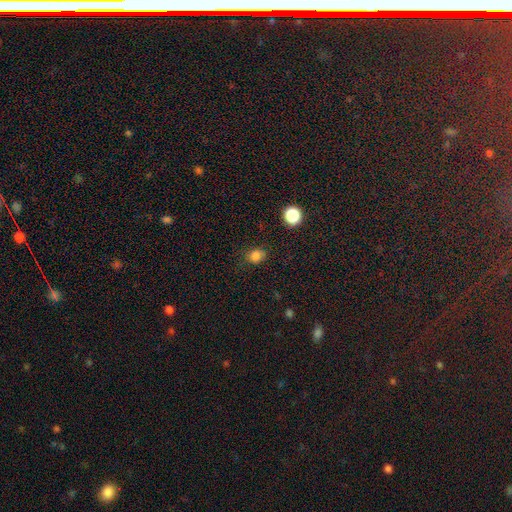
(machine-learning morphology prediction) type=smooth (81%); roundness=round (58%); merging=none (74%).